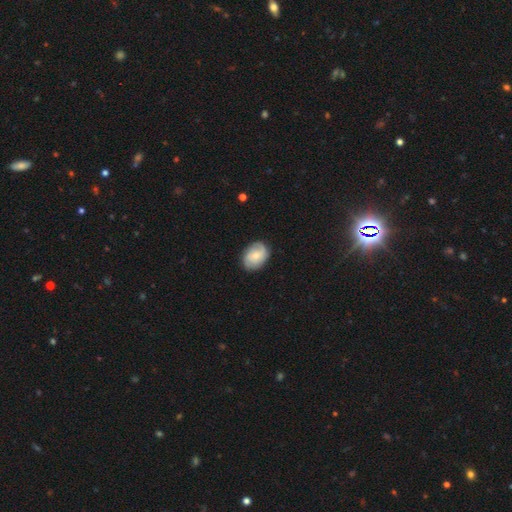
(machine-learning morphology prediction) The model was most divided on "smooth or featured": featured or disk: 48%, smooth: 45%, star or artifact: 7%. More confident: merging — none (80%).